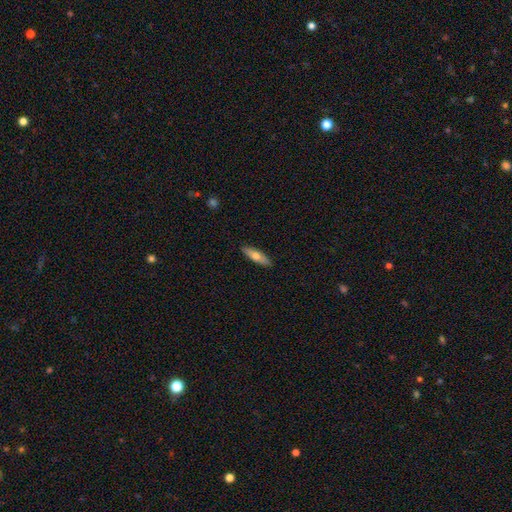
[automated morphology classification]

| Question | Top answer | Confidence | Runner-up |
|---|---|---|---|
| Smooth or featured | smooth | 66% | featured or disk (28%) |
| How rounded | cigar-shaped | 57% | in between (41%) |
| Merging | none | 89% | minor disturbance (8%) |